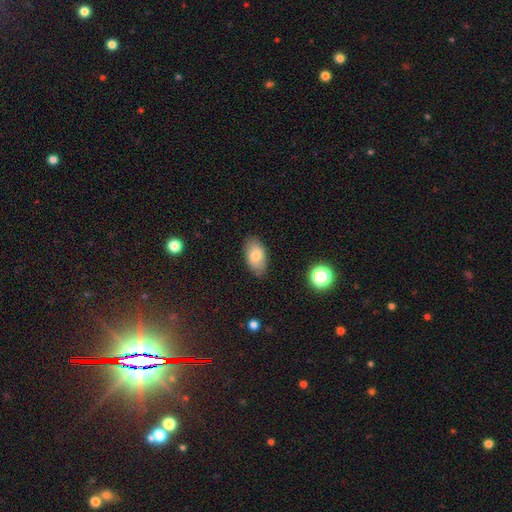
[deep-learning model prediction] smooth-or-featured: smooth: 77% | featured or disk: 15% | star or artifact: 8%
  how-rounded: in between: 93% | round: 5% | cigar-shaped: 2%
  merging: none: 83% | minor disturbance: 13% | major disturbance: 3% | merger: 1%